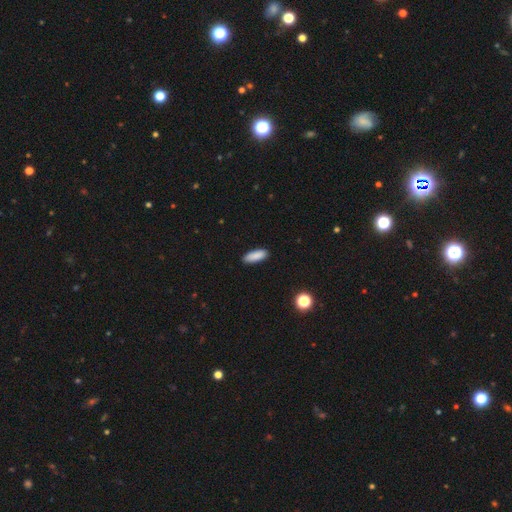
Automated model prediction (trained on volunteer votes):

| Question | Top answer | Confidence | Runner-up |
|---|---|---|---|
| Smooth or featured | smooth | 89% | star or artifact (7%) |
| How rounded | in between | 67% | cigar-shaped (31%) |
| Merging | none | 89% | minor disturbance (8%) |